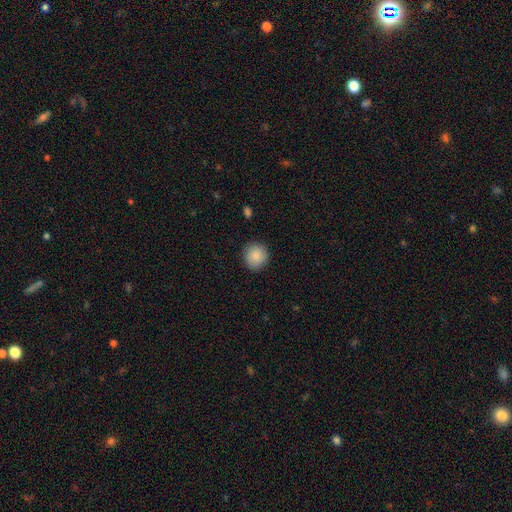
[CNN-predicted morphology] This appears to be a smooth galaxy with no disk features (87%) that is round (90%). Merging: none (89%).